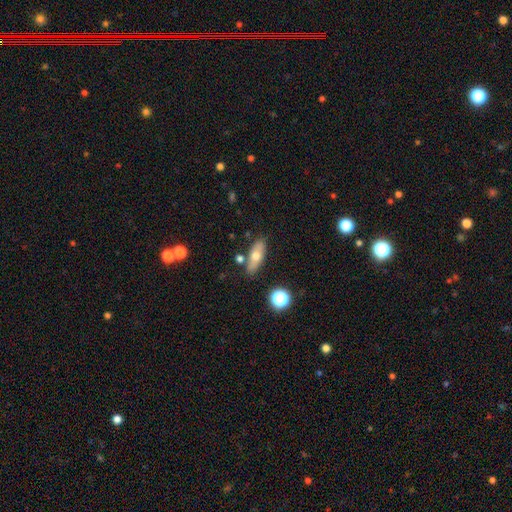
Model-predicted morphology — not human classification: Smooth or featured? Predicted: smooth (p=0.62). How rounded? Predicted: in between (p=0.68). Merging? Predicted: none (p=0.78).